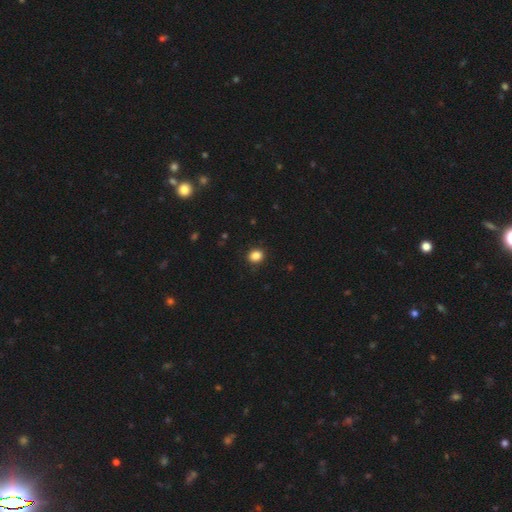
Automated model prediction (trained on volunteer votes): Morphology: type=smooth (87%); roundness=round (66%); merging=none (89%).